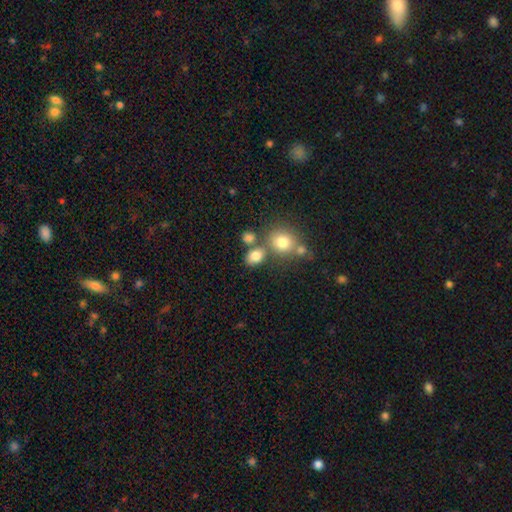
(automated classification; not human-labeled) The model was most divided on "how rounded": in between: 61%, round: 37%, cigar-shaped: 2%. More confident: smooth or featured — smooth (80%); merging — none (60%).